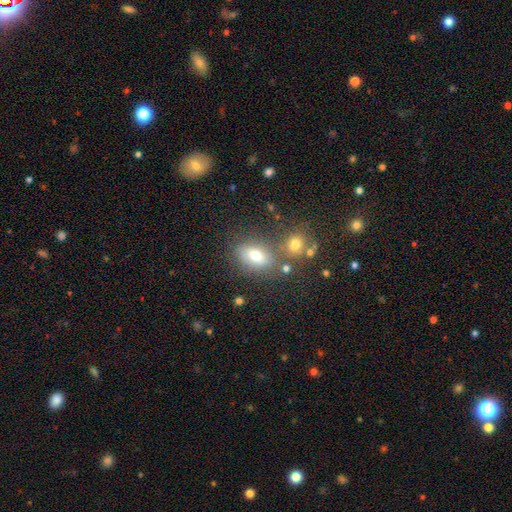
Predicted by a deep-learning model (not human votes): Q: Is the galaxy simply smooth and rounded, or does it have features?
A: smooth — 71%.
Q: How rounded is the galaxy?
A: in between — 81%.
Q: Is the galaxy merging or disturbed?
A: none — 66%.